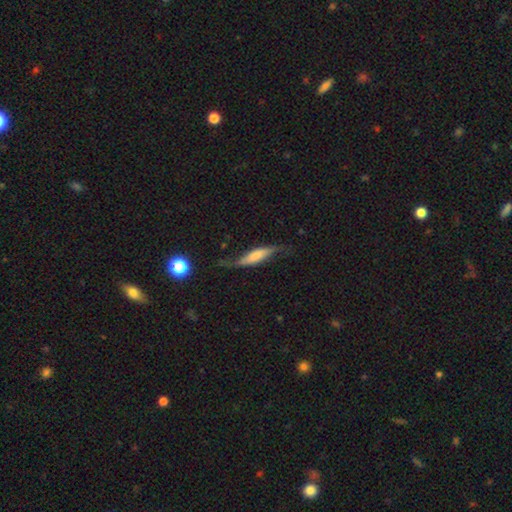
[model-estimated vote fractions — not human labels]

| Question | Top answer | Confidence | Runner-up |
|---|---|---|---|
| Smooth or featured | featured or disk | 54% | smooth (39%) |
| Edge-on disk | no | 53% | yes (47%) |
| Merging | none | 49% | minor disturbance (28%) |